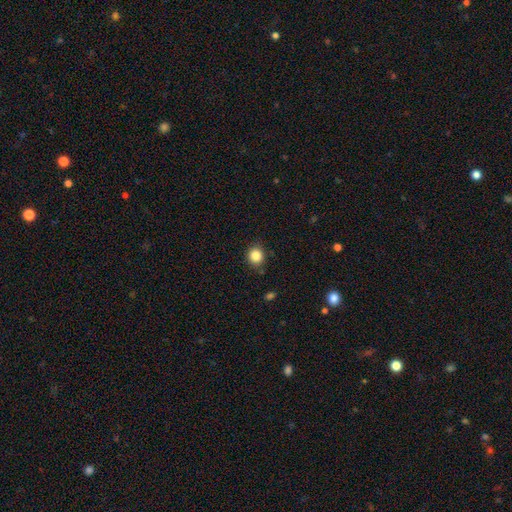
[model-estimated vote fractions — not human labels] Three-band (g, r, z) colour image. It shows a smooth galaxy with no disk features (85%) that is round (83%). Merging: none (86%).